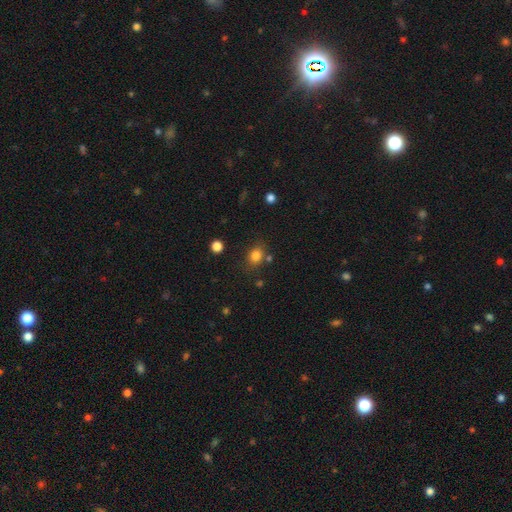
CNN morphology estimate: smooth_or_featured: smooth (p=0.82) [alt: star or artifact p=0.12]
how_rounded: in between (p=0.51) [alt: round p=0.48]
merging: none (p=0.74) [alt: minor disturbance p=0.14]